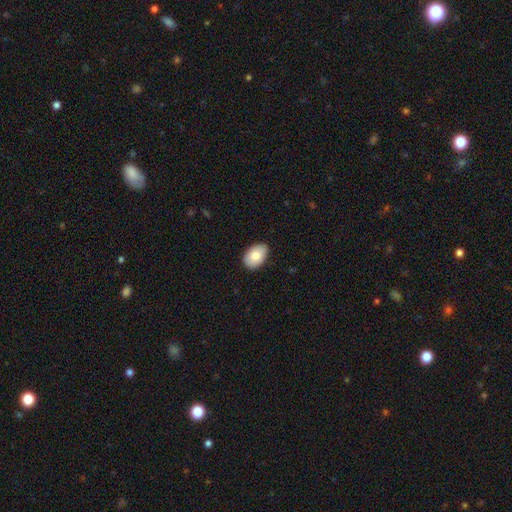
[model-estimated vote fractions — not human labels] A smooth galaxy with no disk features (82%) that is in between round and cigar-shaped (88%). Merging: none (84%).